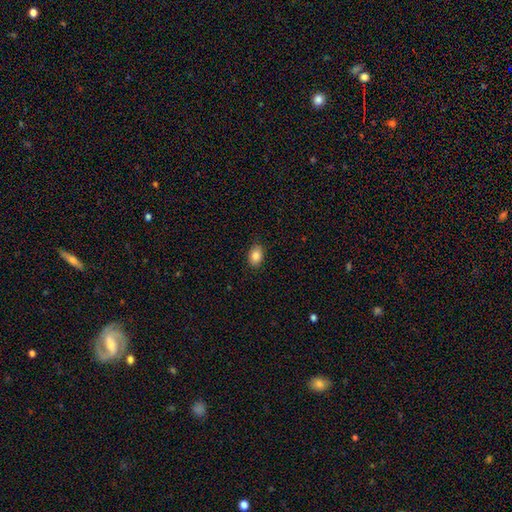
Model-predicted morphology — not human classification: The model was most divided on "how rounded": in between: 81%, round: 17%, cigar-shaped: 1%. More confident: merging — none (86%); smooth or featured — smooth (85%).